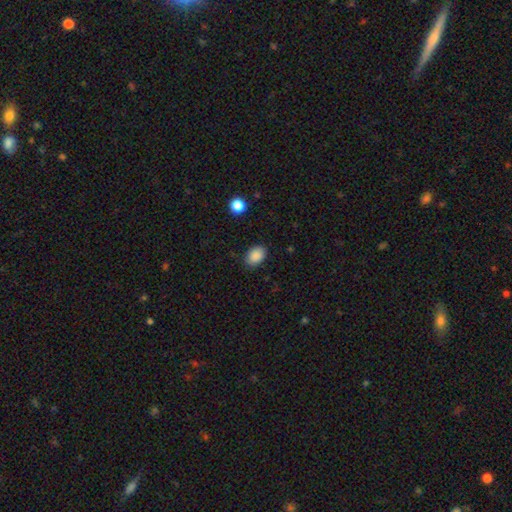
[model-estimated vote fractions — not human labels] Smooth or featured: smooth — 88% (star or artifact — 8%)
How rounded: in between — 79% (round — 20%)
Merging: none — 85% (minor disturbance — 11%)